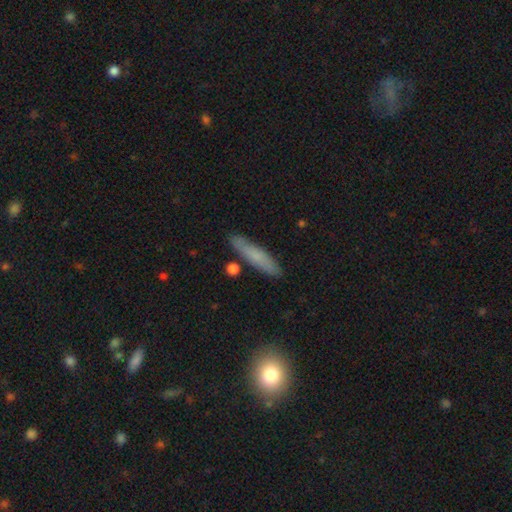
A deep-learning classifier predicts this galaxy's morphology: Smooth or featured?
  - smooth: 70% *
  - featured or disk: 24%
  - star or artifact: 7%
How rounded?
  - cigar-shaped: 85% *
  - in between: 13%
  - round: 2%
Merging?
  - none: 86% *
  - minor disturbance: 10%
  - merger: 3%
  - major disturbance: 2%